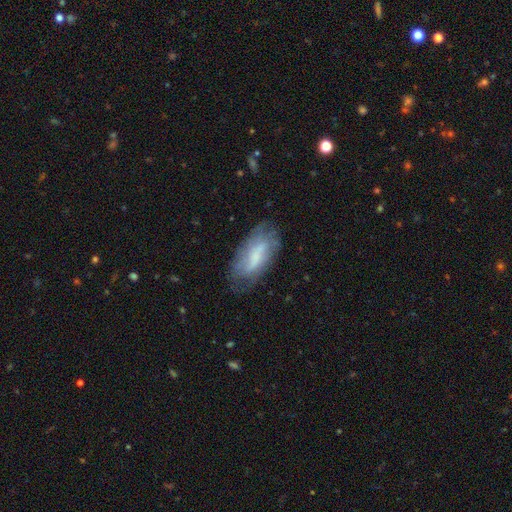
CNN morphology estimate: Smooth or featured? smooth (48%)
Merging? none (63%)